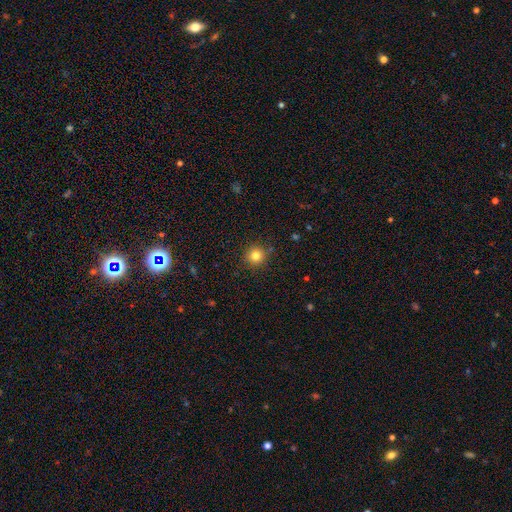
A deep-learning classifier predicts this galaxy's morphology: The model was most divided on "smooth or featured": smooth: 81%, star or artifact: 13%, featured or disk: 6%. More confident: how rounded — round (94%); merging — none (89%).